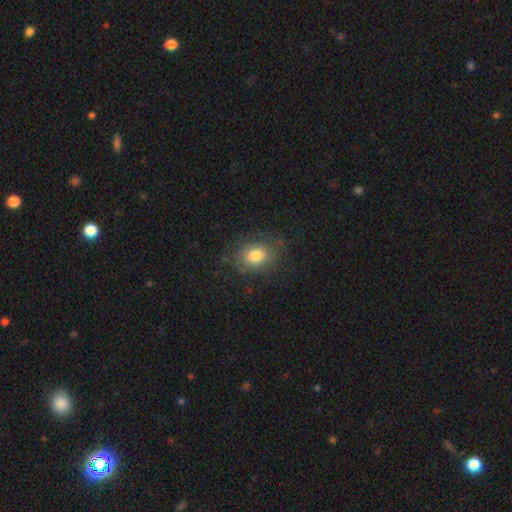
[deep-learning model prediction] A smooth galaxy with no disk features (75%) that is in between round and cigar-shaped (58%).

Vote fractions:
- Smooth or featured? smooth: 75% / featured or disk: 14% / star or artifact: 10%
- How rounded? in between: 58% / round: 41% / cigar-shaped: 1%
- Merging? none: 75% / minor disturbance: 16% / major disturbance: 7% / merger: 1%